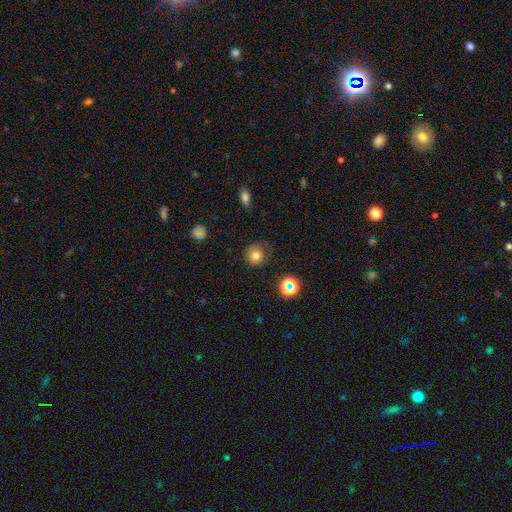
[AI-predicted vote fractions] The model was most divided on "merging": none: 68%, minor disturbance: 21%, major disturbance: 9%, merger: 2%. More confident: how rounded — round (83%); smooth or featured — smooth (74%).